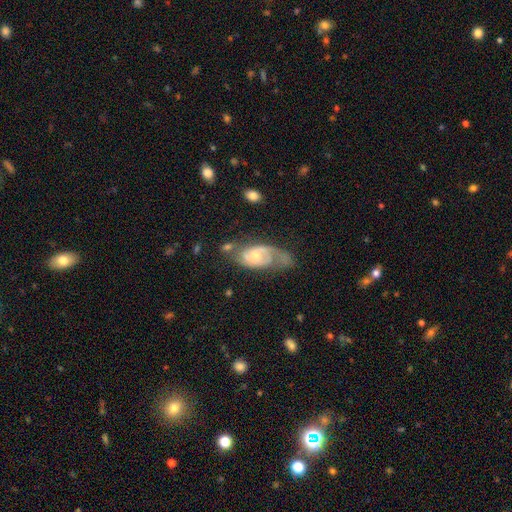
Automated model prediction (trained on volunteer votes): Overall: featured or disk (76%). Edge-on disk: no (95%). Bar: no (64%; weak 31%). Spiral arms: yes (86%). Spiral arm count: 2 (54%; 1 25%). Spiral winding: medium (42%; tight 38%). Bulge size: moderate (49%; small 44%). Merging: none (37%; major disturbance 29%).